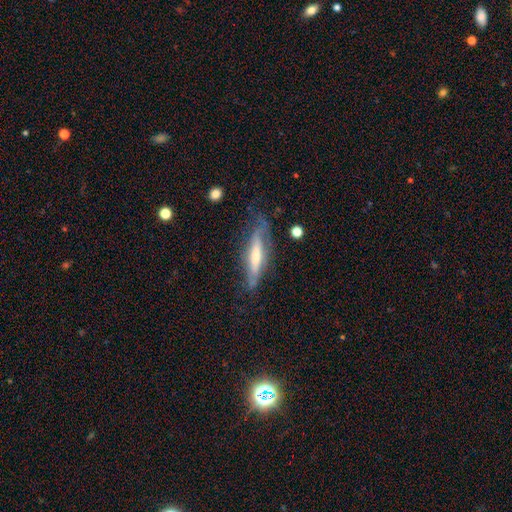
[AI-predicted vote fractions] featured or disk 58%, smooth 36%, star or artifact 7%. Down the decision tree: edge-on disk — yes (78%); merging — none (64%).